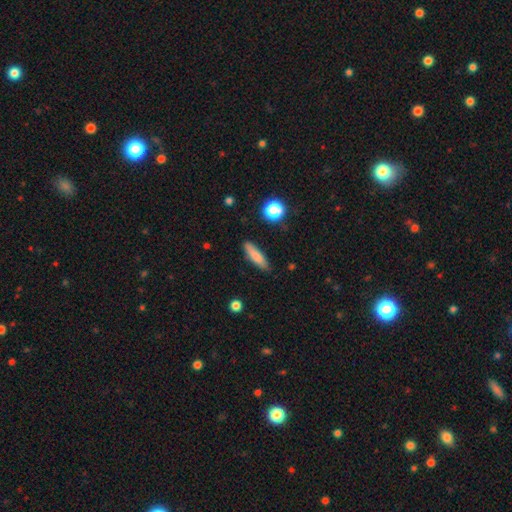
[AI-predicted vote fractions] A smooth galaxy with no disk features (79%) that is cigar-shaped (74%).

Vote fractions:
- Smooth or featured? smooth: 79% / featured or disk: 14% / star or artifact: 7%
- How rounded? cigar-shaped: 74% / in between: 24% / round: 2%
- Merging? none: 84% / minor disturbance: 12% / major disturbance: 2% / merger: 2%